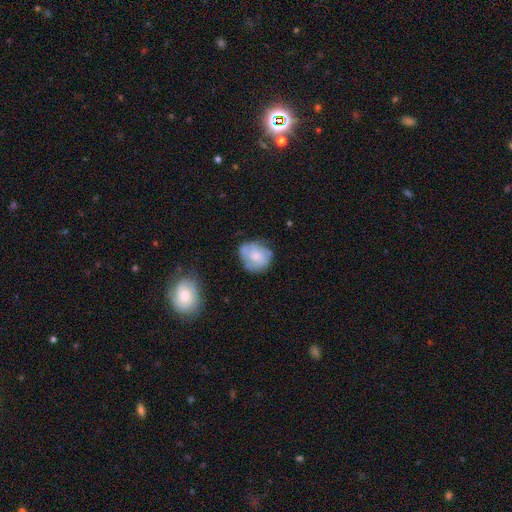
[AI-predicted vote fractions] smooth_or_featured: smooth (p=0.51) [alt: featured or disk p=0.41]
how_rounded: round (p=0.68) [alt: in between p=0.30]
merging: none (p=0.62) [alt: minor disturbance p=0.26]